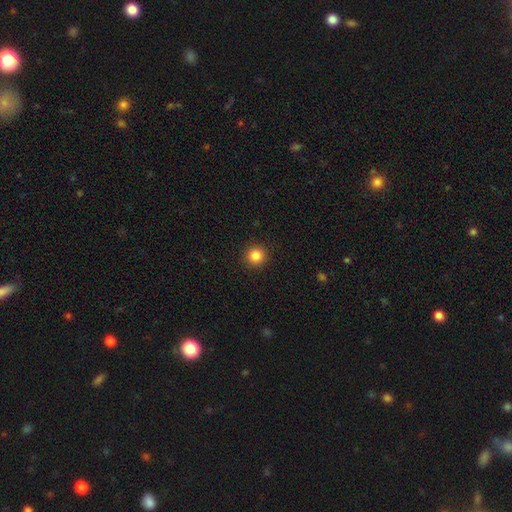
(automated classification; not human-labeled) smooth-or-featured: smooth: 85% | star or artifact: 11% | featured or disk: 4%
  how-rounded: round: 94% | in between: 5% | cigar-shaped: 1%
  merging: none: 93% | minor disturbance: 5% | major disturbance: 2% | merger: 1%